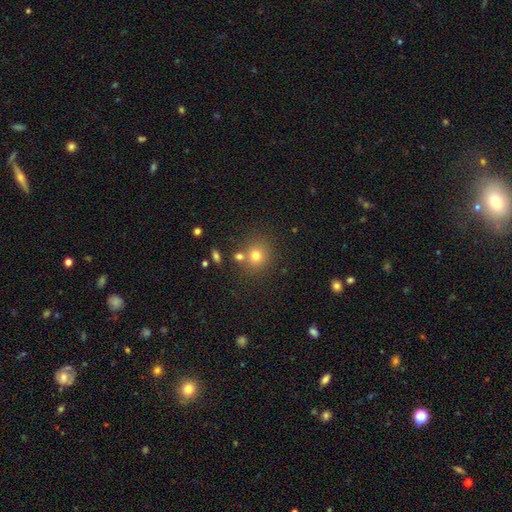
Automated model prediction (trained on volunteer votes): Overall: smooth (74%). How rounded: round (87%). Merging: none (71%).